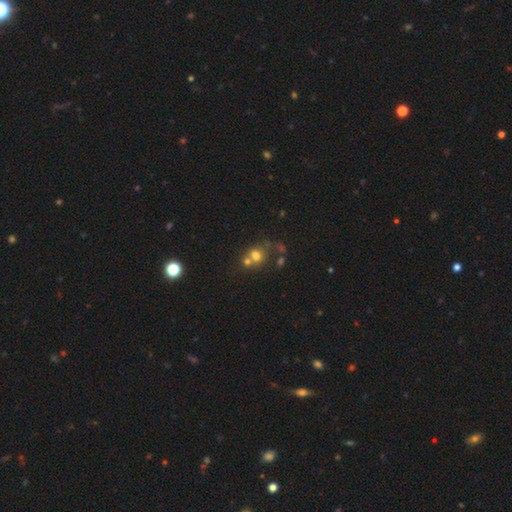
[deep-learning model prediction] Smooth or featured? Predicted: smooth (p=0.64). How rounded? Predicted: round (p=0.64). Merging? Predicted: merger (p=0.49).